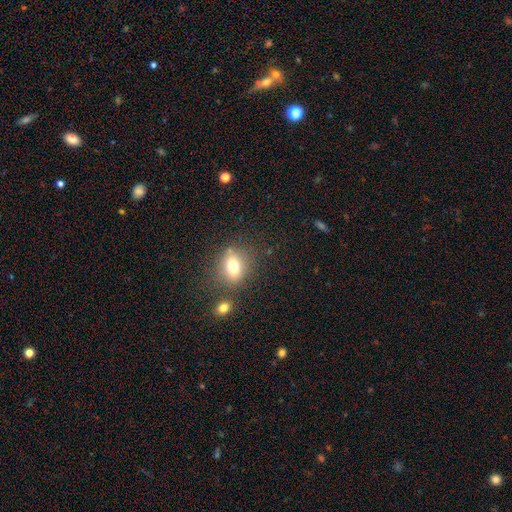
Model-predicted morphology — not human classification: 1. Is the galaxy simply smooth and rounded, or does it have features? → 62% smooth, 27% star or artifact, 11% featured or disk.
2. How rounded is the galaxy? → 56% round, 42% in between, 2% cigar-shaped.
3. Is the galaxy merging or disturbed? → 78% none, 11% minor disturbance, 7% merger, 4% major disturbance.